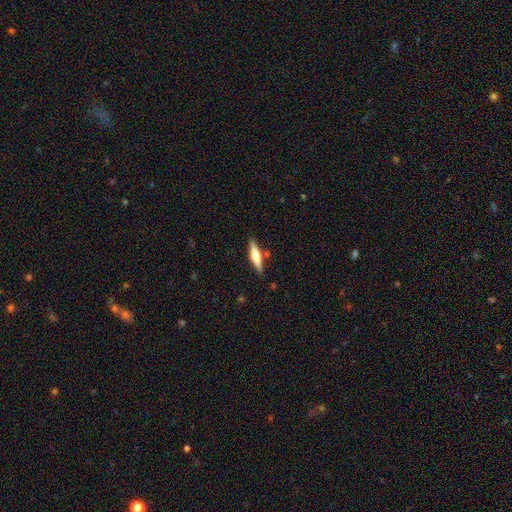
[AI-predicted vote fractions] Smooth or featured? featured or disk (54%)
Edge-on disk? yes (95%)
Edge-on bulge? rounded (89%)
Merging? none (85%)